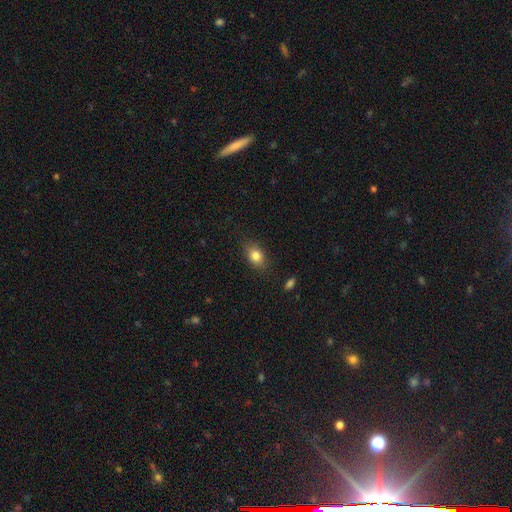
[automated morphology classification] type=smooth (83%); roundness=in between (68%); merging=none (85%).